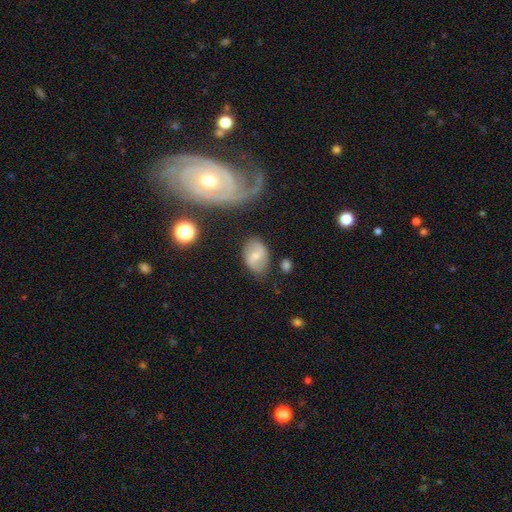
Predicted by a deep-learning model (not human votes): The model was most divided on "smooth or featured": smooth: 51%, featured or disk: 41%, star or artifact: 8%. More confident: how rounded — in between (81%); merging — none (77%).